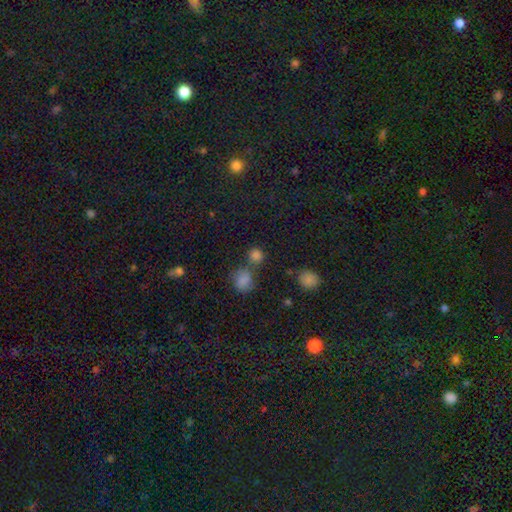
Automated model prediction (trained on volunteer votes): Smooth or featured? Predicted: smooth (p=0.78). How rounded? Predicted: round (p=0.87). Merging? Predicted: none (p=0.60).